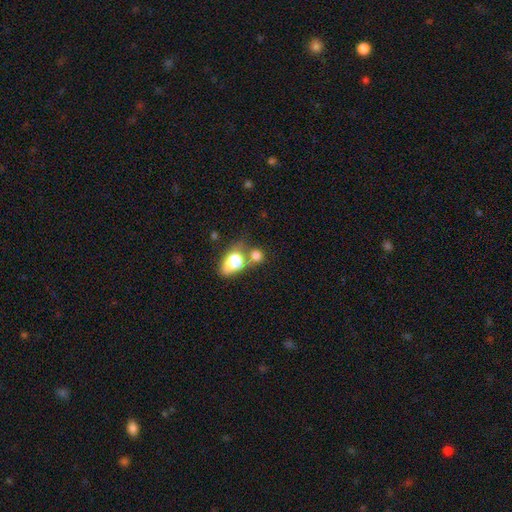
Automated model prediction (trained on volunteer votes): This appears to be a smooth galaxy with no disk features (73%) that is in between round and cigar-shaped (51%). Merging: merger (48%).